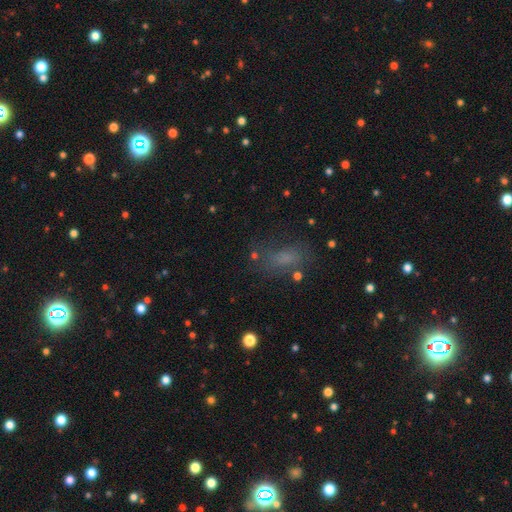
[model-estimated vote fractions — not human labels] This is likely a smooth galaxy (64%). How rounded: likely in between (78%). Merging: likely none (62%).